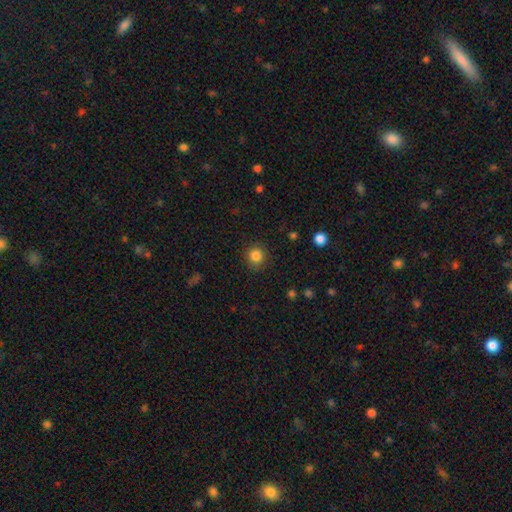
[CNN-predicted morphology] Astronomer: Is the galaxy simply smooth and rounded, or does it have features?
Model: smooth — 85%.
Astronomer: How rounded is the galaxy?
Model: round — 91%.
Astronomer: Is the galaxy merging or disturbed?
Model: none — 88%.